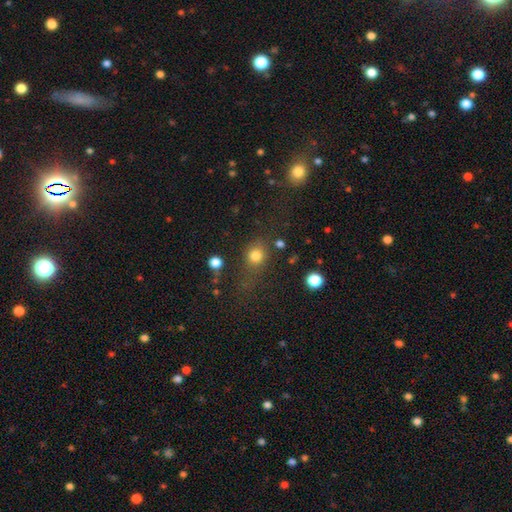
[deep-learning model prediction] The model was most divided on "merging": none: 60%, minor disturbance: 19%, major disturbance: 13%, merger: 8%. More confident: smooth or featured — smooth (79%); how rounded — round (72%).